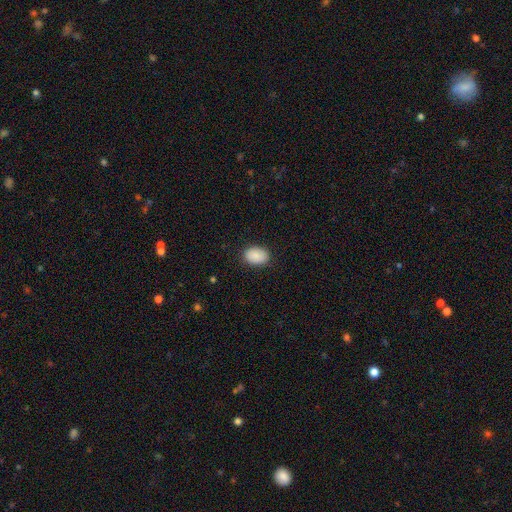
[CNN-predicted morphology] The model was most divided on "how rounded": in between: 83%, round: 16%, cigar-shaped: 1%. More confident: smooth or featured — smooth (90%); merging — none (88%).